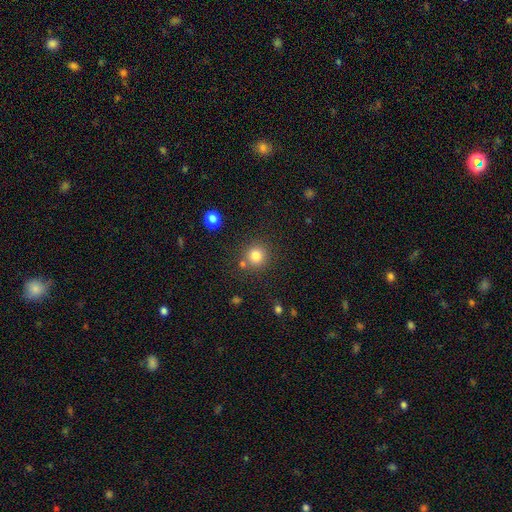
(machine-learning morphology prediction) type=smooth (82%); roundness=round (92%); merging=none (79%).